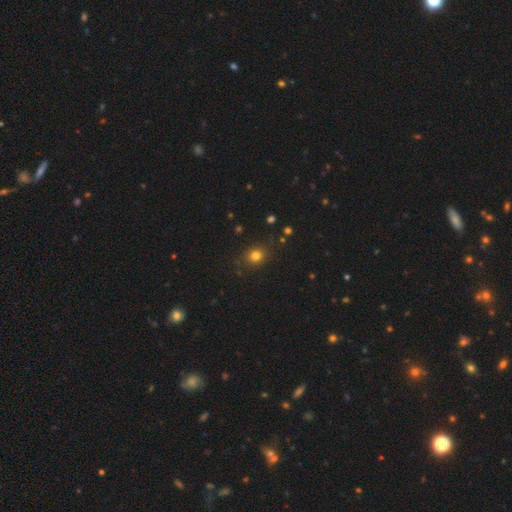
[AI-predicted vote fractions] Overall: smooth (79%). How rounded: round (75%). Merging: none (86%).